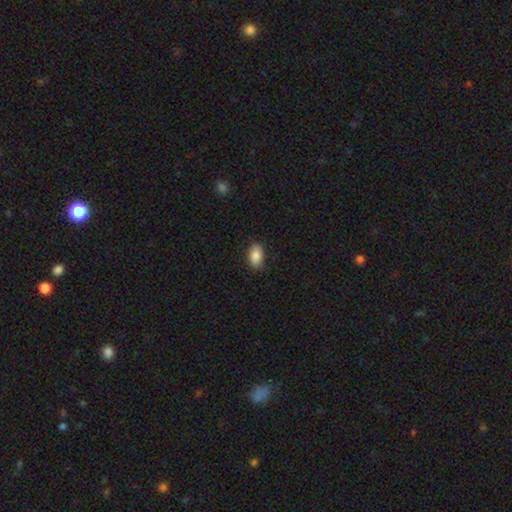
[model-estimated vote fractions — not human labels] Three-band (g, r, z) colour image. It shows a smooth galaxy with no disk features (85%) that is in between round and cigar-shaped (90%). Merging: none (85%).